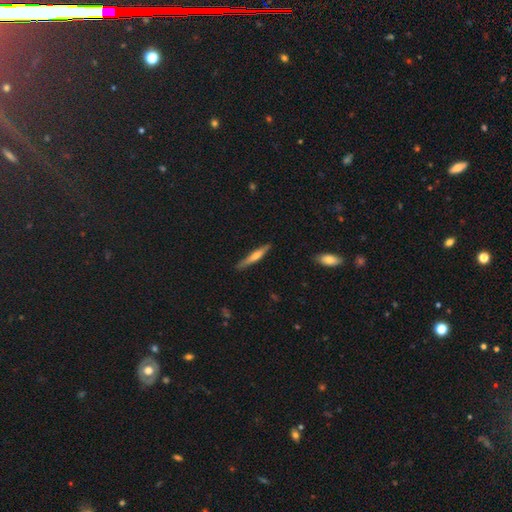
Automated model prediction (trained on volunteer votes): The model was most divided on "smooth or featured": featured or disk: 50%, smooth: 43%, star or artifact: 6%. More confident: edge-on disk — yes (96%); merging — none (87%).